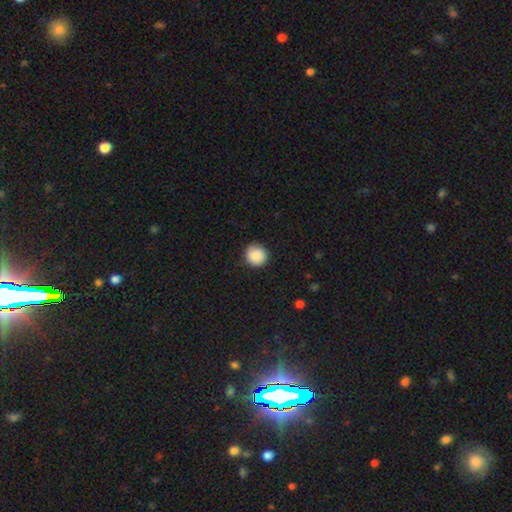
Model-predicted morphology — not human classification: This is clearly a smooth galaxy (89%). How rounded: clearly round (93%). Merging: clearly none (89%).